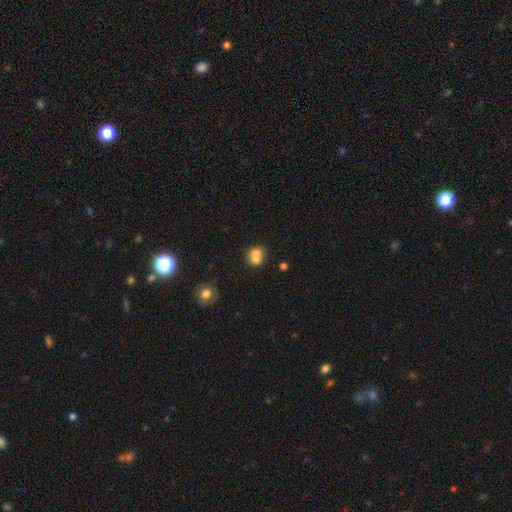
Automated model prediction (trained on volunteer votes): Smooth or featured: smooth — 71% (featured or disk — 19%)
How rounded: round — 73% (in between — 26%)
Merging: merger — 61% (none — 29%)